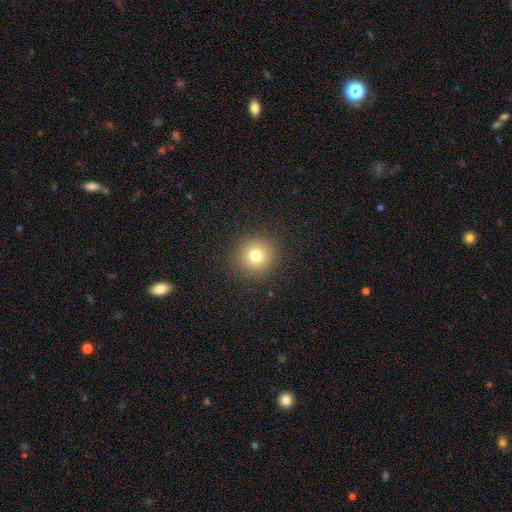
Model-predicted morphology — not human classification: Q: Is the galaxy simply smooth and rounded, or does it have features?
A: smooth — 77%.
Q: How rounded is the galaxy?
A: round — 94%.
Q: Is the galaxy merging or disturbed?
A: none — 91%.